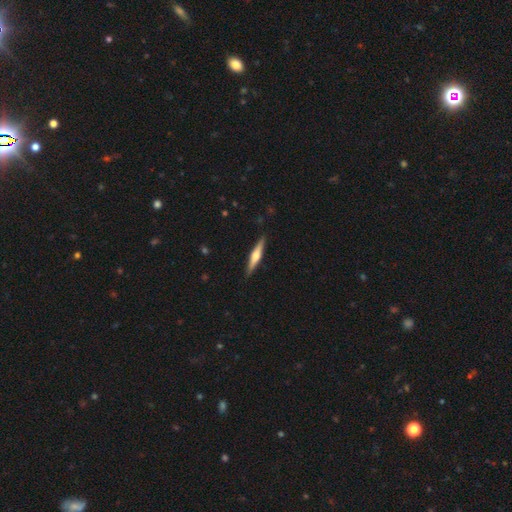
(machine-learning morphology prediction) Smooth or featured? featured or disk (60%)
Edge-on disk? yes (97%)
Edge-on bulge? rounded (88%)
Merging? none (90%)